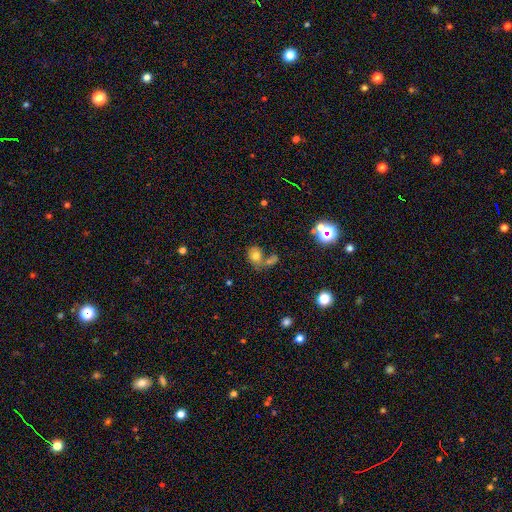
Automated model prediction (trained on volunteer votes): Overall: smooth (66%). How rounded: round (59%; in between 40%). Merging: merger (41%; none 34%).